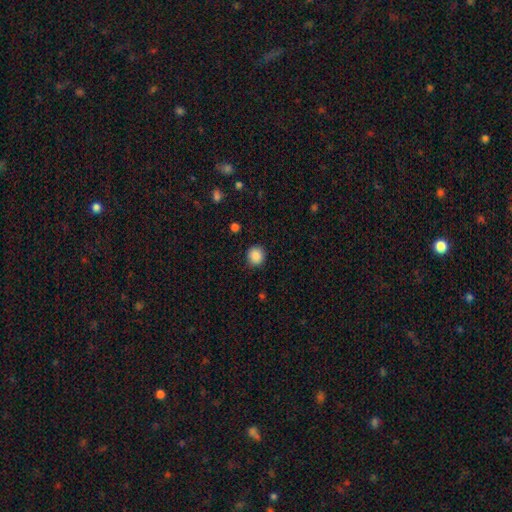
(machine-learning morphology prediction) Smooth or featured? Predicted: smooth (p=0.88). How rounded? Predicted: round (p=0.87). Merging? Predicted: none (p=0.89).